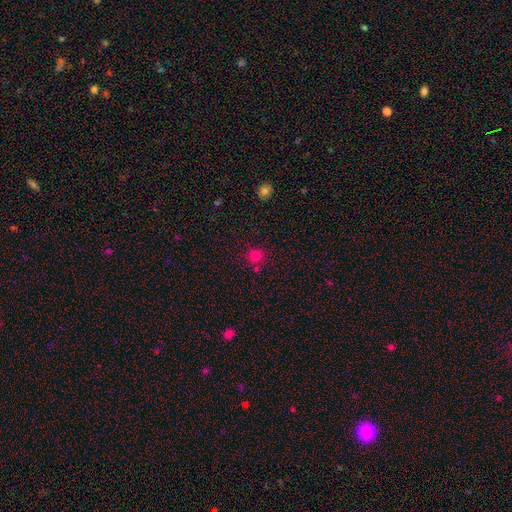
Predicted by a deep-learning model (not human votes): This appears to be a smooth galaxy with no disk features (78%) that is round (90%). Merging: none (75%).